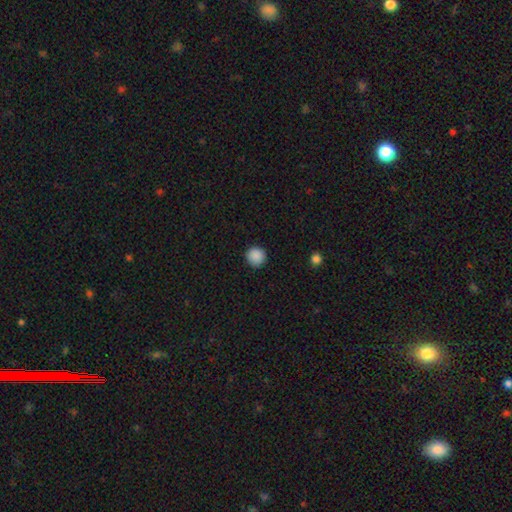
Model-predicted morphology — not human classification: type=smooth (89%); roundness=round (95%); merging=none (91%).